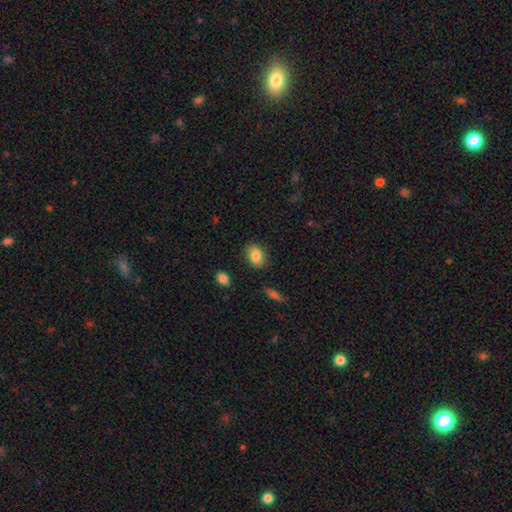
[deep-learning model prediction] smooth_or_featured: smooth (p=0.83) [alt: featured or disk p=0.08]
how_rounded: in between (p=0.74) [alt: round p=0.25]
merging: none (p=0.82) [alt: minor disturbance p=0.13]